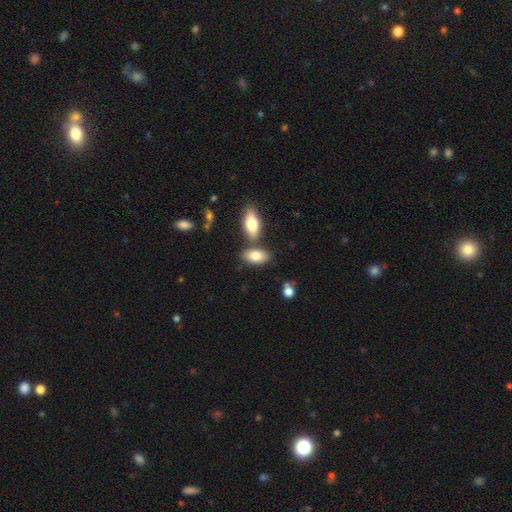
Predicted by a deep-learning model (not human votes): A smooth galaxy with no disk features (82%) that is in between round and cigar-shaped (91%). Merging: none (65%).